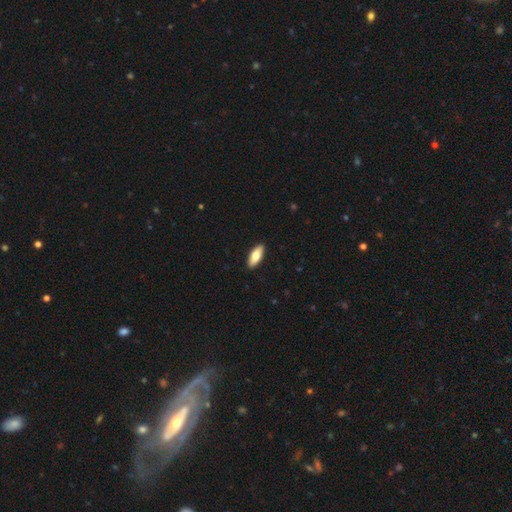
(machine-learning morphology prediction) This appears to be a smooth galaxy with no disk features (77%) that is in between round and cigar-shaped (77%). Merging: none (91%).